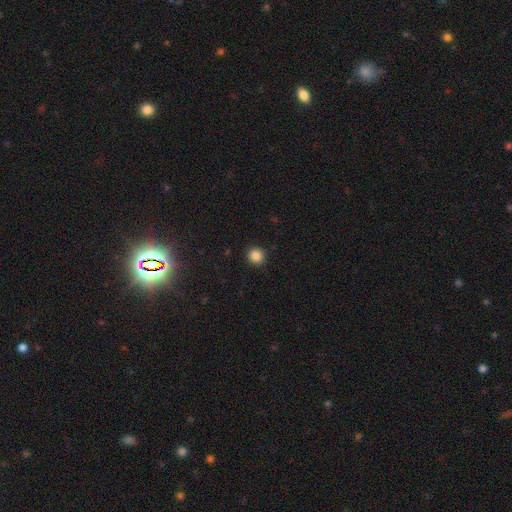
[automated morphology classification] smooth_or_featured: smooth (p=0.86) [alt: star or artifact p=0.11]
how_rounded: round (p=0.91) [alt: in between p=0.08]
merging: none (p=0.91) [alt: minor disturbance p=0.06]